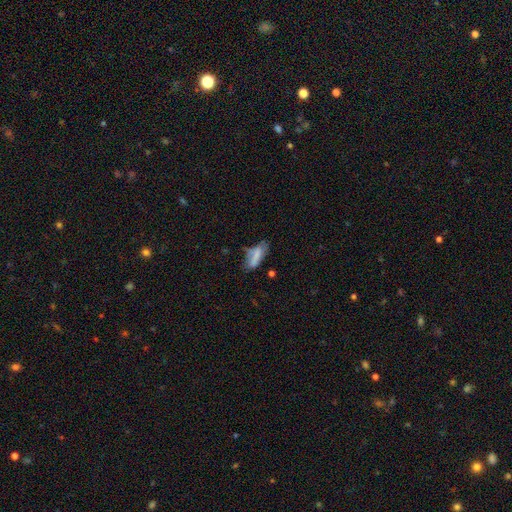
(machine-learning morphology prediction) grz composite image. It shows a smooth galaxy with no disk features (70%) that is in between round and cigar-shaped (67%). Merging: none (38%).